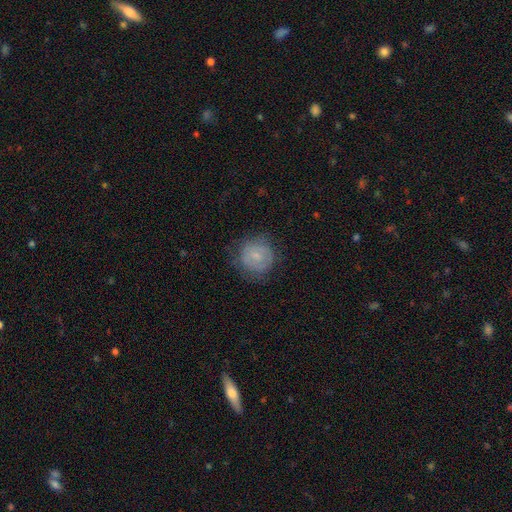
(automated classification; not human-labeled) A smooth galaxy with no disk features (62%) that is round (89%). Merging: none (71%).